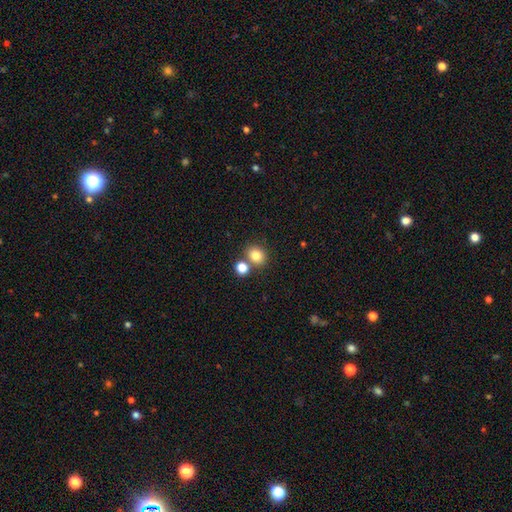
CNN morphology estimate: This appears to be a smooth galaxy with no disk features (81%) that is round (69%). Merging: none (68%).